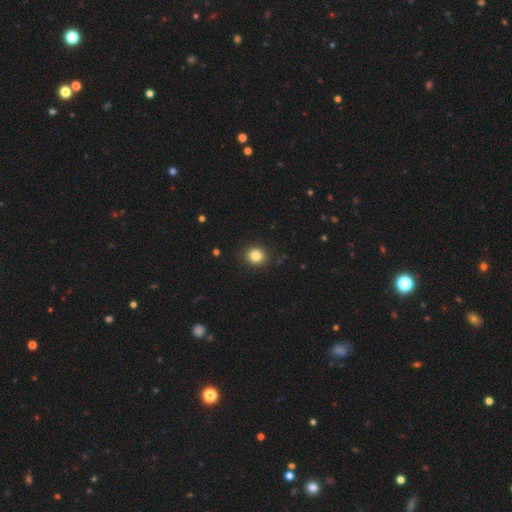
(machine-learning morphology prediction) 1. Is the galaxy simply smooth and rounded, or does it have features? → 84% smooth, 11% star or artifact, 5% featured or disk.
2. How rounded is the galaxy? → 83% round, 16% in between, 1% cigar-shaped.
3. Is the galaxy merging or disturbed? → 90% none, 7% minor disturbance, 2% major disturbance, 1% merger.